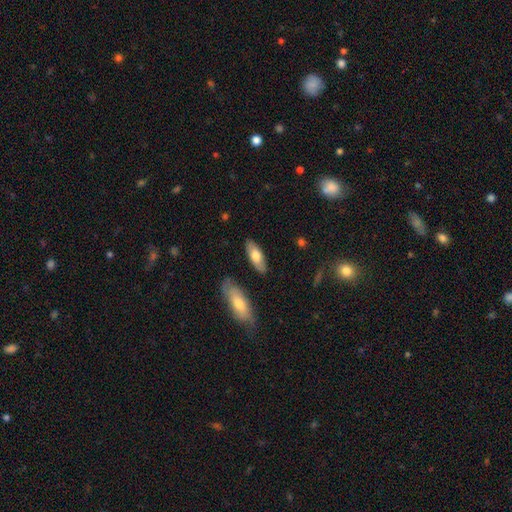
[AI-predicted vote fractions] smooth_or_featured: smooth (p=0.70) [alt: featured or disk p=0.24]
how_rounded: in between (p=0.73) [alt: cigar-shaped p=0.24]
merging: none (p=0.84) [alt: minor disturbance p=0.11]